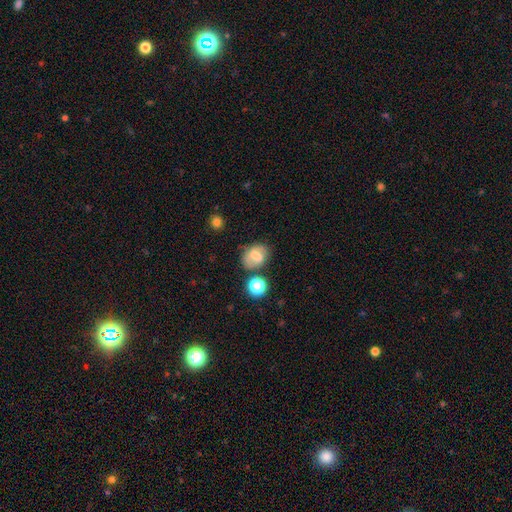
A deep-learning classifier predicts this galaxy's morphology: Smooth or featured: smooth — 59% (featured or disk — 29%)
How rounded: in between — 62% (round — 36%)
Merging: none — 65% (minor disturbance — 20%)